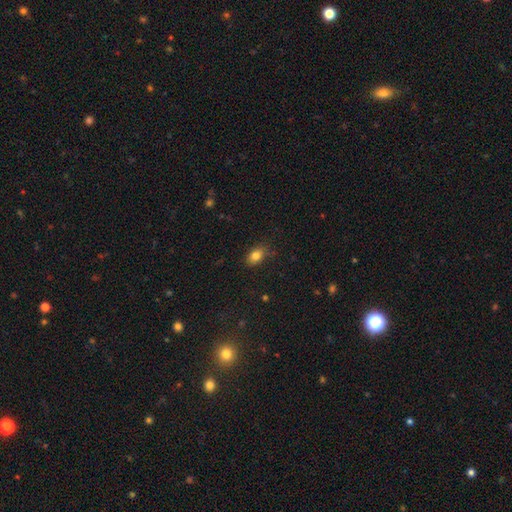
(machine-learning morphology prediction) Overall: smooth (82%). How rounded: in between (77%). Merging: none (79%).